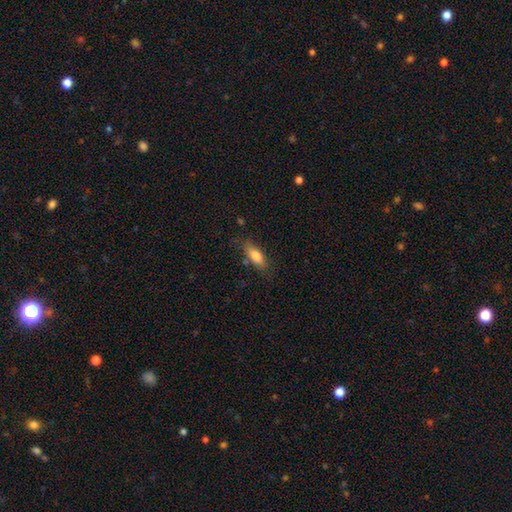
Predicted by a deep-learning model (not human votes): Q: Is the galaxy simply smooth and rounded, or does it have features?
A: smooth — 79%.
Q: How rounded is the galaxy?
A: in between — 75%.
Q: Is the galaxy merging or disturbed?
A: none — 71%.